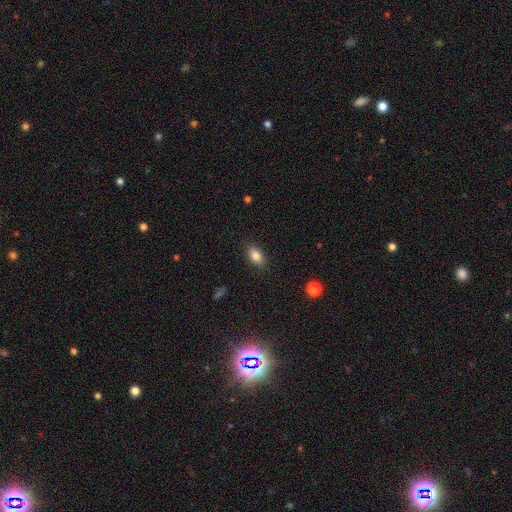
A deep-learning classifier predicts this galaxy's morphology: This appears to be a smooth galaxy with no disk features (85%) that is in between round and cigar-shaped (88%). Merging: none (87%).